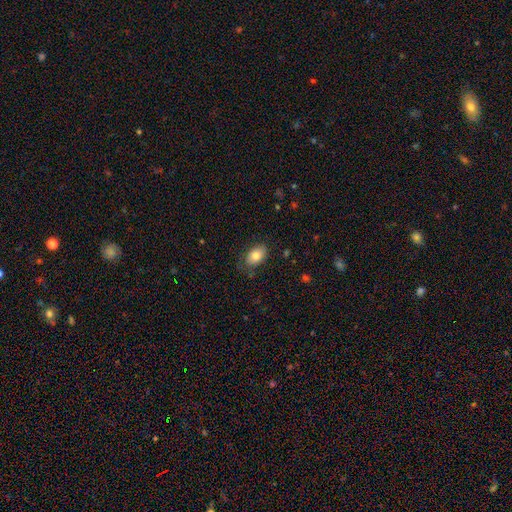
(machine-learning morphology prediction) smooth 80%, featured or disk 12%, star or artifact 8%. Down the decision tree: how rounded — in between (88%); merging — none (75%).